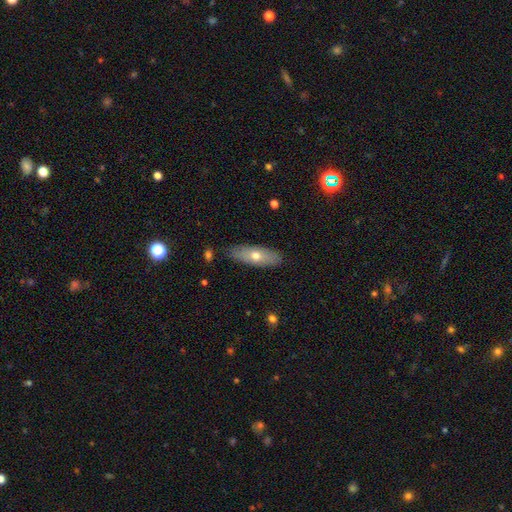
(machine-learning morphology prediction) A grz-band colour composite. It shows a smooth galaxy with no disk features (58%) that is in between round and cigar-shaped (56%). Merging: none (85%).